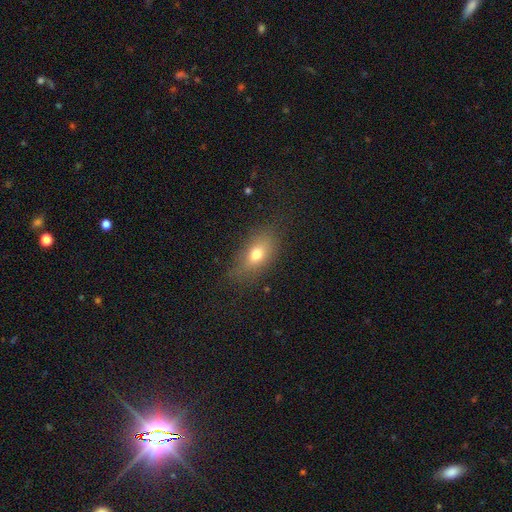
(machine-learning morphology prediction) The model was most divided on "smooth or featured": smooth: 71%, featured or disk: 17%, star or artifact: 12%. More confident: how rounded — in between (78%); merging — none (75%).